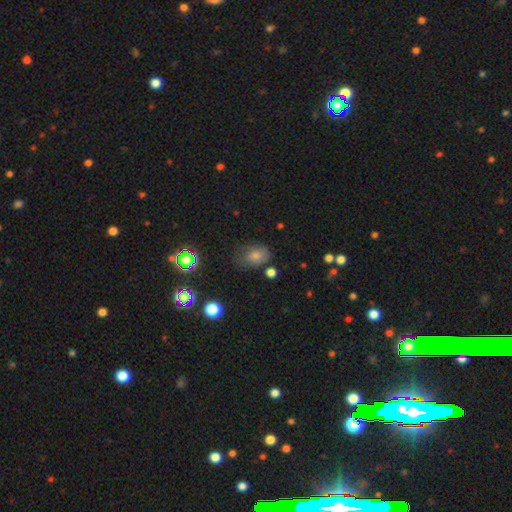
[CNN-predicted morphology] Q: Smooth or featured?
A: smooth (66%); runner-up: star or artifact (22%)
Q: How rounded?
A: in between (71%); runner-up: round (28%)
Q: Merging?
A: none (63%); runner-up: minor disturbance (26%)